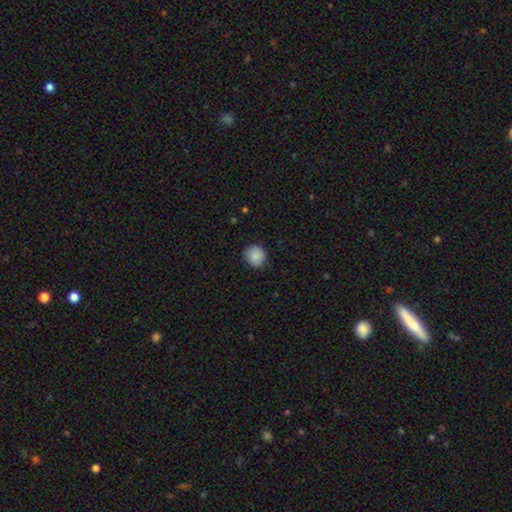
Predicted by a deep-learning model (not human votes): Smooth or featured? smooth (88%)
How rounded? round (86%)
Merging? none (82%)